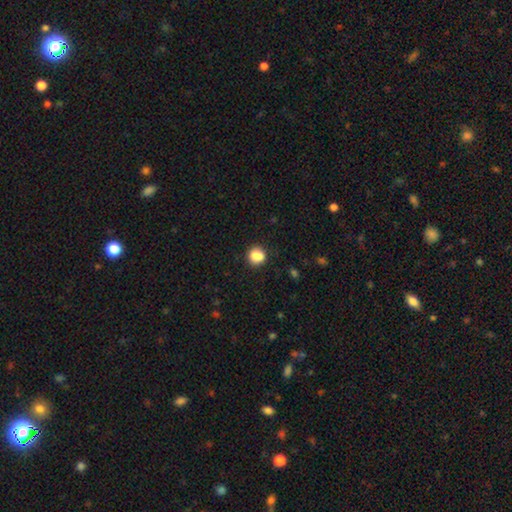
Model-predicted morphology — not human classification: smooth 85%, star or artifact 10%, featured or disk 5%. Down the decision tree: how rounded — round (79%); merging — none (79%).